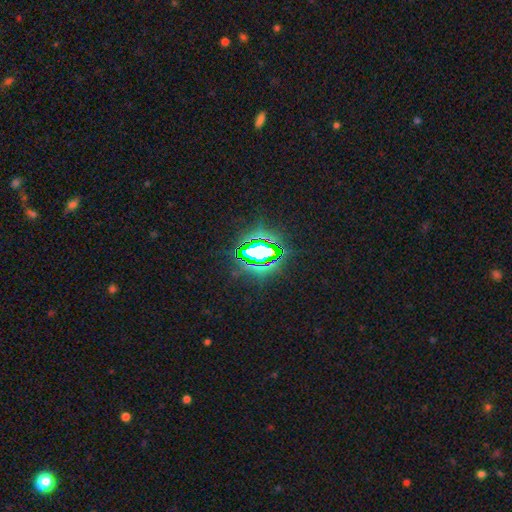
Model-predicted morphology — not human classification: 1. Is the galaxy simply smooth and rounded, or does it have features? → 82% star or artifact, 10% smooth, 8% featured or disk.